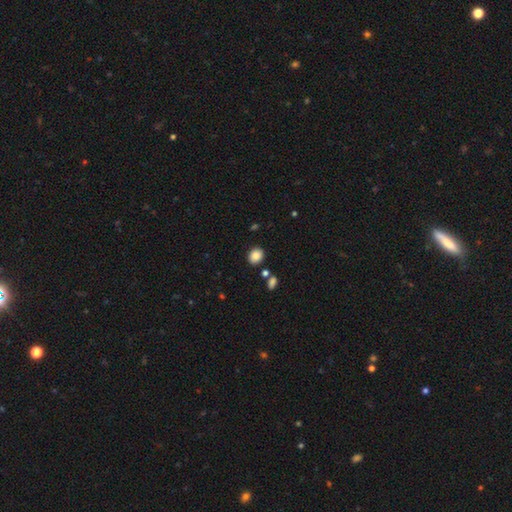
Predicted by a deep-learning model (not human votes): Smooth or featured? smooth (86%)
How rounded? round (62%)
Merging? none (84%)